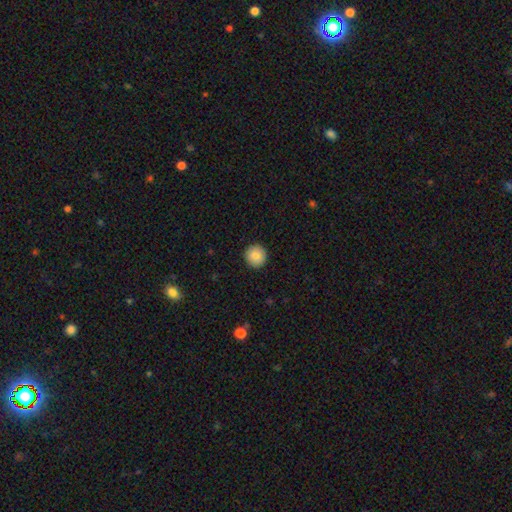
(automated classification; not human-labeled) This appears to be a smooth galaxy with no disk features (88%) that is round (94%). Merging: none (93%).